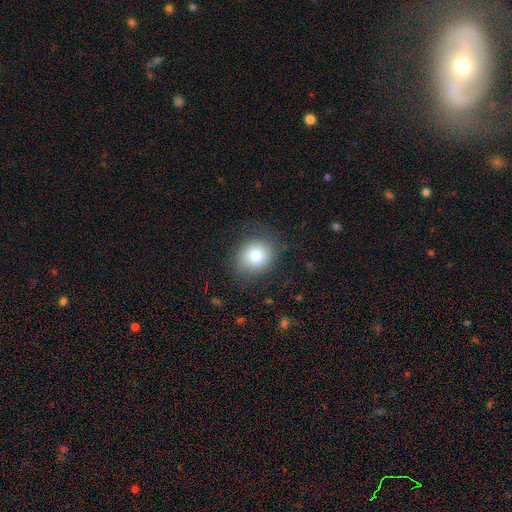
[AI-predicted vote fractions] smooth-or-featured: smooth: 80% | featured or disk: 10% | star or artifact: 10%
  how-rounded: round: 69% | in between: 30% | cigar-shaped: 1%
  merging: none: 78% | minor disturbance: 15% | major disturbance: 6% | merger: 1%